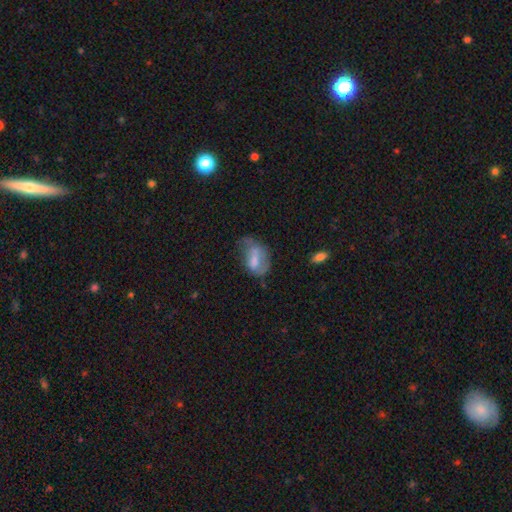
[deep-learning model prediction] This is possibly a smooth galaxy (52%). How rounded: clearly in between (84%). Merging: marginally minor disturbance (33%).